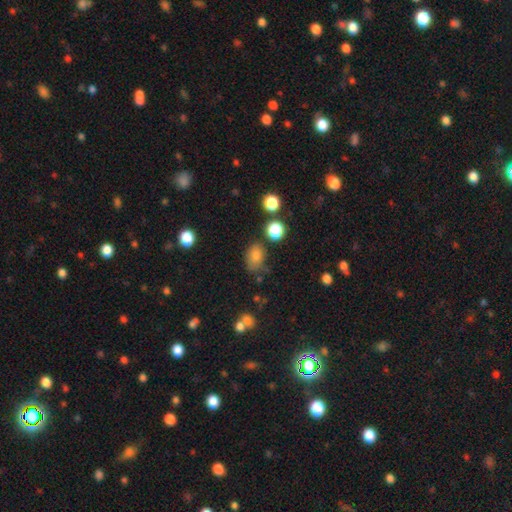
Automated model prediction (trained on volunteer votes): smooth-or-featured: smooth: 81% | star or artifact: 12% | featured or disk: 7%
  how-rounded: in between: 77% | round: 22% | cigar-shaped: 1%
  merging: none: 64% | minor disturbance: 24% | major disturbance: 7% | merger: 6%